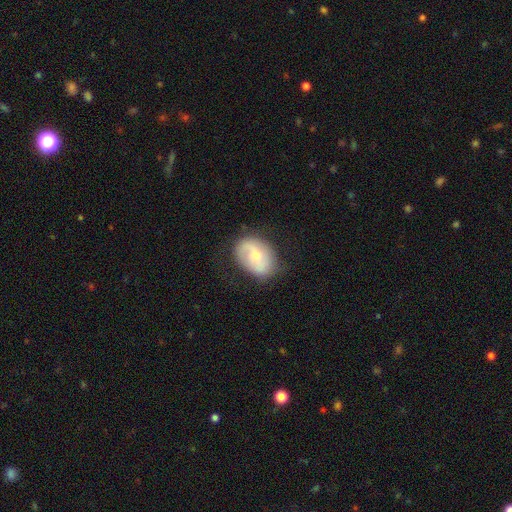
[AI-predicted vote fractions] Smooth or featured? Predicted: featured or disk (p=0.49). Merging? Predicted: none (p=0.71).